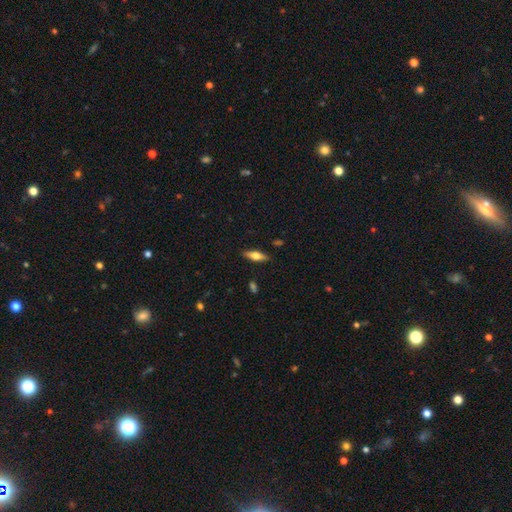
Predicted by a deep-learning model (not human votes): A smooth galaxy with no disk features (49%). Merging: none (87%).